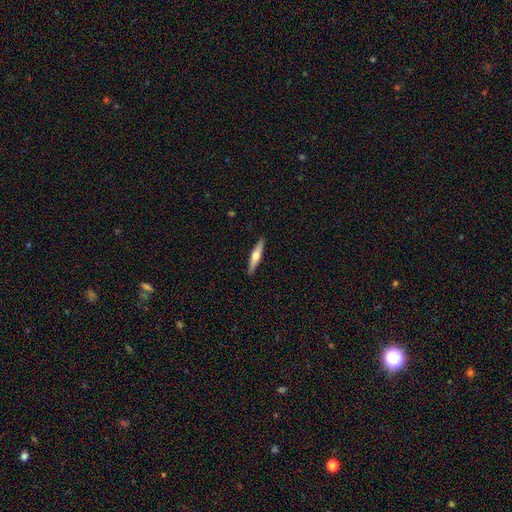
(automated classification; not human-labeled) smooth-or-featured: featured or disk: 53% | smooth: 42% | star or artifact: 5%
  disk-edge-on: yes: 95% | no: 5%
    edge-on-bulge: rounded: 92% | none: 5% | boxy: 3%
  merging: none: 91% | minor disturbance: 7% | major disturbance: 1% | merger: 1%